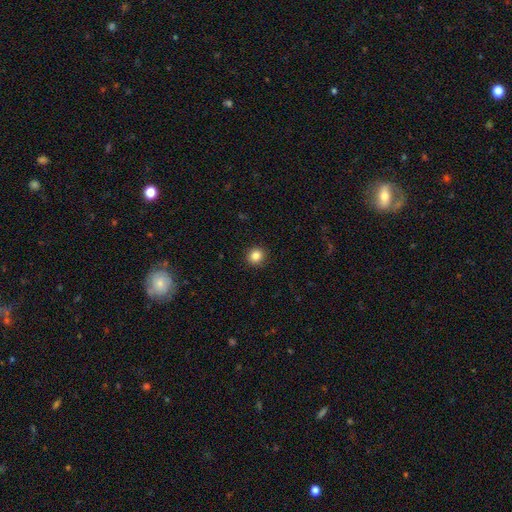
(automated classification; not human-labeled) smooth 85%, star or artifact 11%, featured or disk 4%. Down the decision tree: how rounded — round (91%); merging — none (92%).